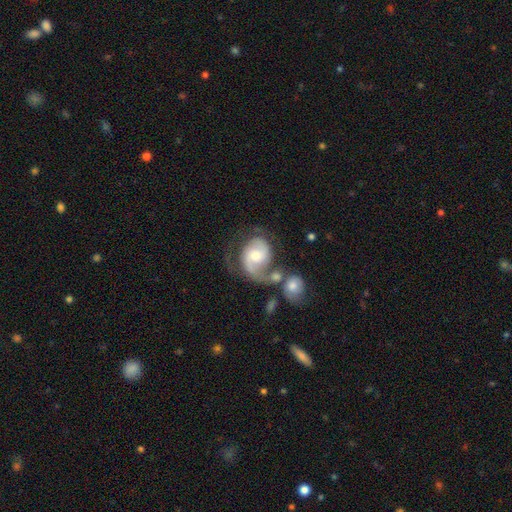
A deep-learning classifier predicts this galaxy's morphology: featured or disk 76%, smooth 18%, star or artifact 6%. Down the decision tree: edge-on disk — no (98%); bar — no (58%); spiral arms — yes (92%); spiral arm count — 2 (66%); spiral winding — medium (46%); bulge size — moderate (60%); merging — none (31%).